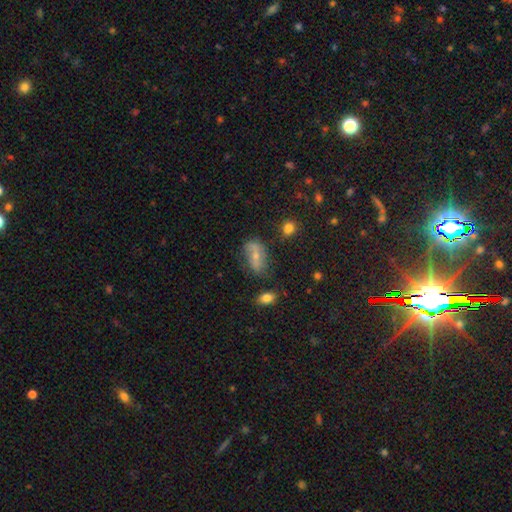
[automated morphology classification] type=featured or disk (45%); merging=none (58%).